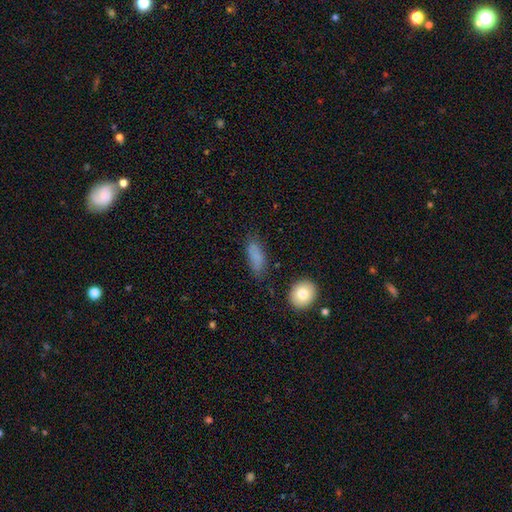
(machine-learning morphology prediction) type=smooth (80%); roundness=in between (70%); merging=none (66%).